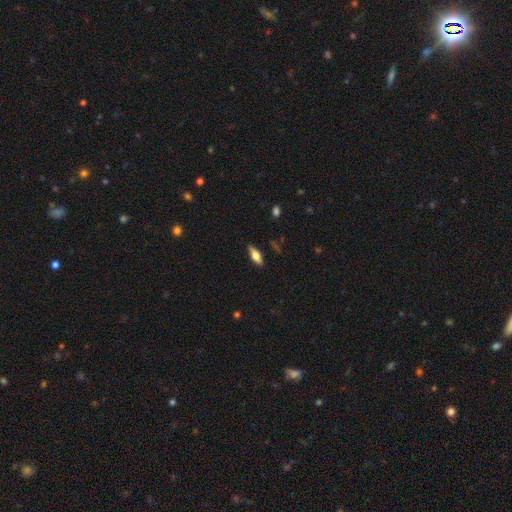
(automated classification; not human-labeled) This appears to be a smooth galaxy with no disk features (54%) that is in between round and cigar-shaped (67%). Merging: none (87%).